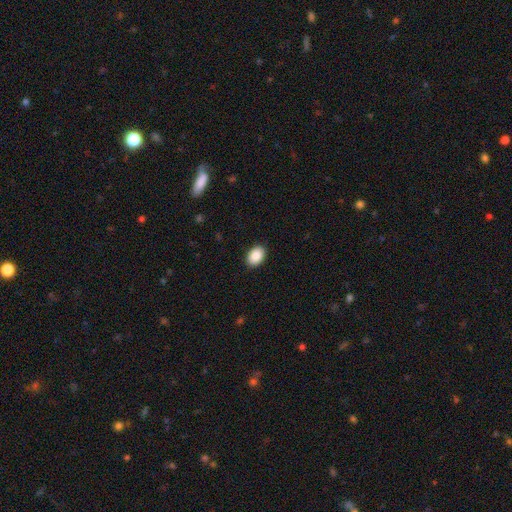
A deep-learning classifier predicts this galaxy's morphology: Smooth or featured: smooth — 89% (star or artifact — 7%)
How rounded: in between — 79% (round — 20%)
Merging: none — 90% (minor disturbance — 7%)